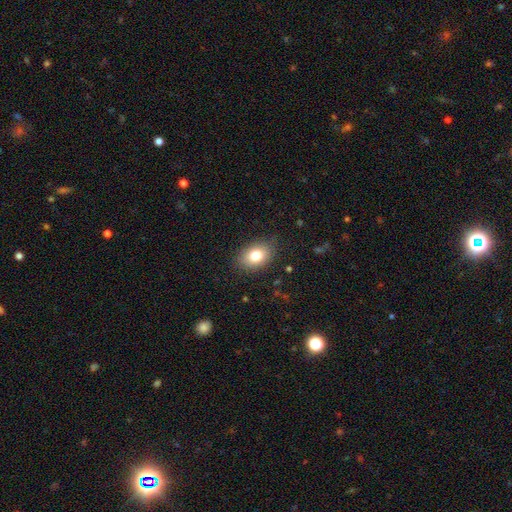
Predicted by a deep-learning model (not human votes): Q: Smooth or featured?
A: smooth (80%); runner-up: featured or disk (11%)
Q: How rounded?
A: in between (79%); runner-up: round (20%)
Q: Merging?
A: none (83%); runner-up: minor disturbance (13%)